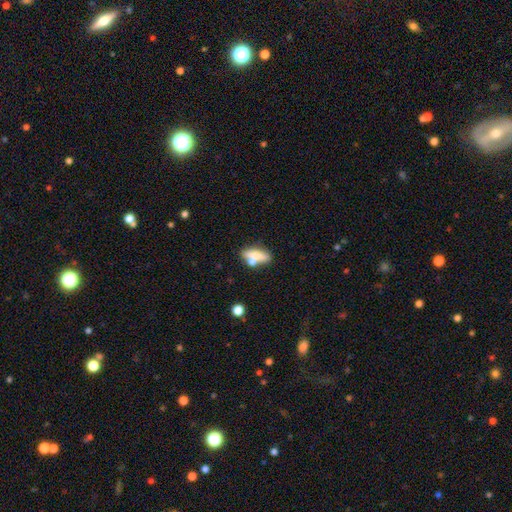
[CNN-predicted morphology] Smooth or featured? Predicted: smooth (p=0.65). How rounded? Predicted: in between (p=0.55). Merging? Predicted: none (p=0.57).